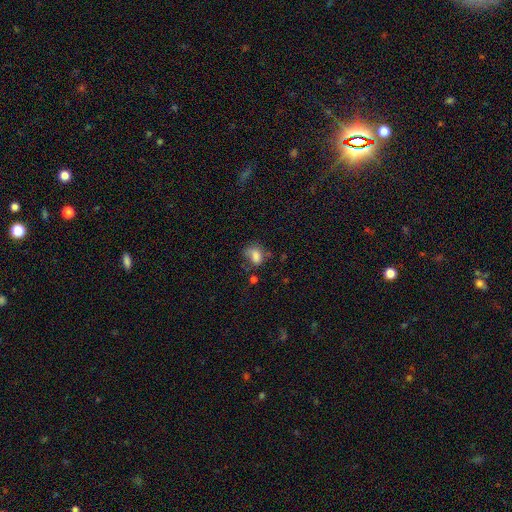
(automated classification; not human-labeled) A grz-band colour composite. It shows a smooth galaxy with no disk features (77%) that is in between round and cigar-shaped (71%). Merging: none (45%).